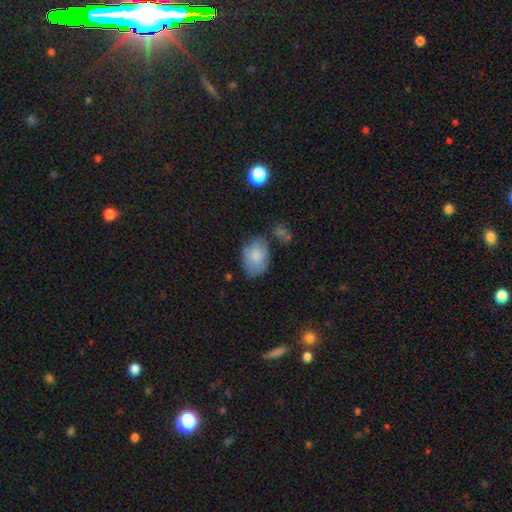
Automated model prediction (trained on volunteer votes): This is clearly a smooth galaxy (81%). How rounded: clearly in between (80%). Merging: likely none (62%).